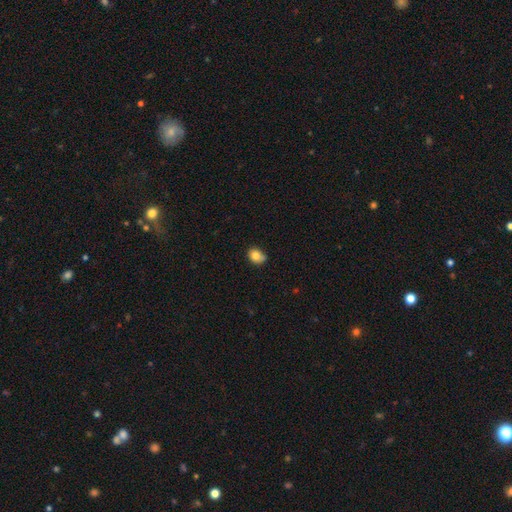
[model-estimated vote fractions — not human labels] Overall: smooth (81%). How rounded: round (52%; in between 47%). Merging: none (58%; minor disturbance 30%).